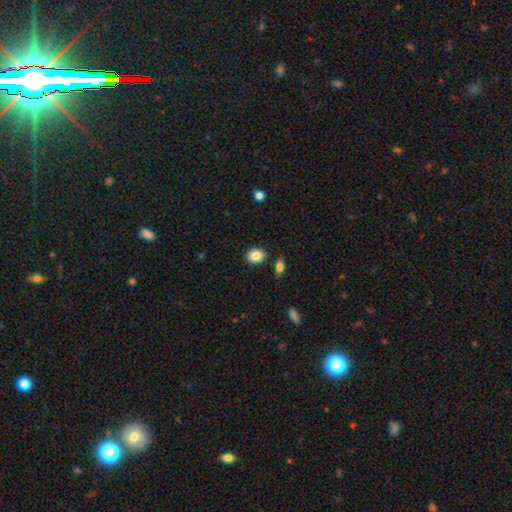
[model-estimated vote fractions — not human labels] This is clearly a smooth galaxy (86%). How rounded: possibly round (51%). Merging: clearly none (85%).